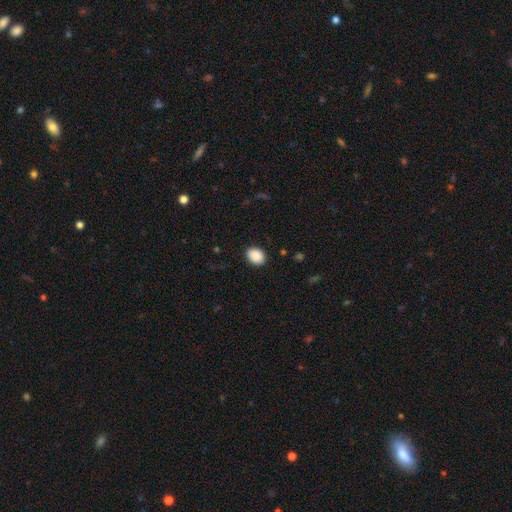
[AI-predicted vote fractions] This appears to be a smooth galaxy with no disk features (90%) that is in between round and cigar-shaped (67%). Merging: none (89%).